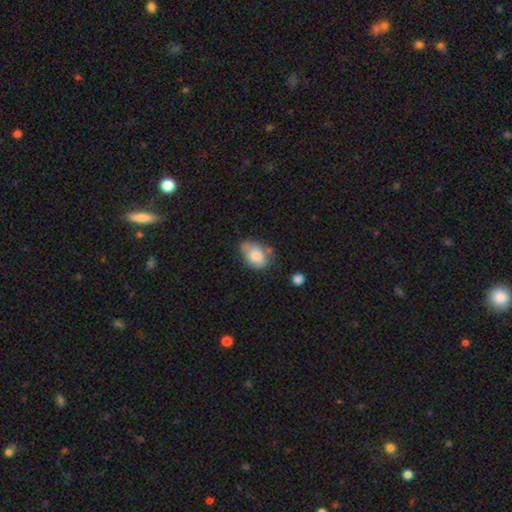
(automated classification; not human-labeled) This is likely a smooth galaxy (79%). How rounded: clearly in between (84%). Merging: possibly none (48%).